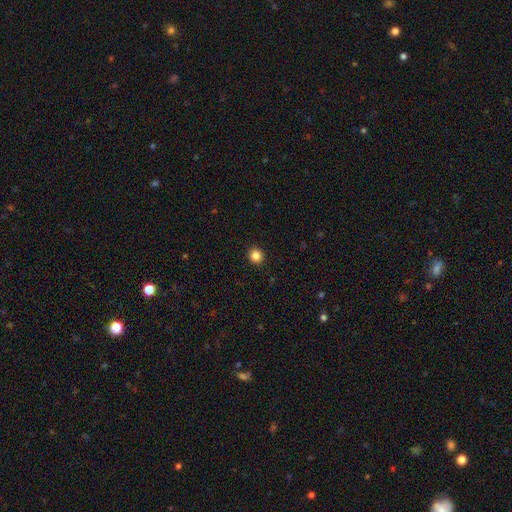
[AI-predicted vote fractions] The model was most divided on "smooth or featured": smooth: 85%, star or artifact: 11%, featured or disk: 3%. More confident: merging — none (93%); how rounded — round (92%).